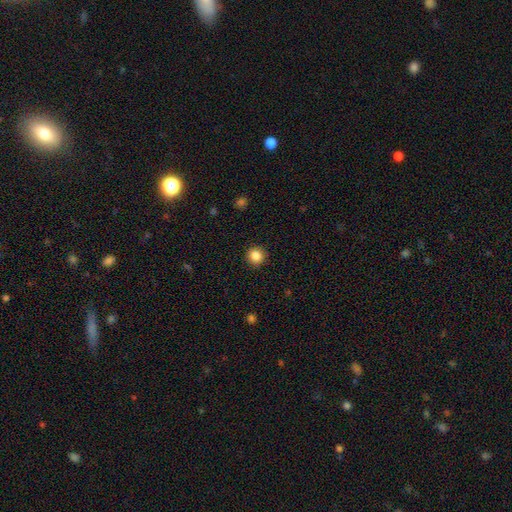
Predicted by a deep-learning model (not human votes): Smooth or featured: smooth — 85% (star or artifact — 10%)
How rounded: round — 93% (in between — 6%)
Merging: none — 91% (minor disturbance — 6%)